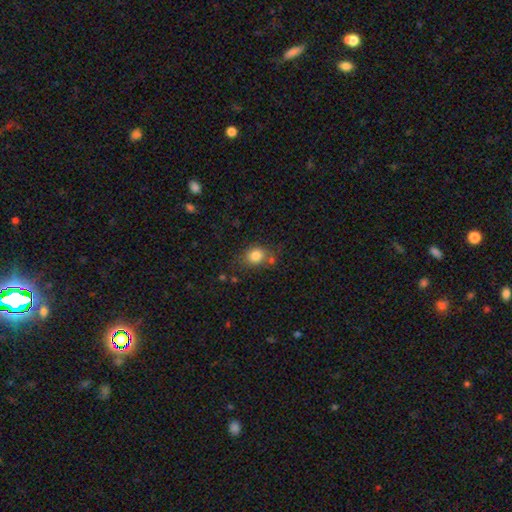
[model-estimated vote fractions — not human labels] Smooth or featured?
  - smooth: 81% *
  - star or artifact: 10%
  - featured or disk: 8%
How rounded?
  - round: 54% *
  - in between: 45%
  - cigar-shaped: 1%
Merging?
  - none: 65% *
  - minor disturbance: 18%
  - merger: 11%
  - major disturbance: 6%